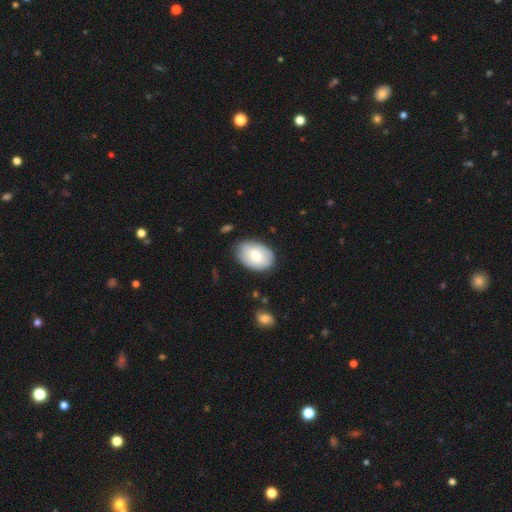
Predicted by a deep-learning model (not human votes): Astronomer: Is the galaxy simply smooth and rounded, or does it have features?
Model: smooth — 62%.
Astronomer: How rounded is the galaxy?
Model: in between — 85%.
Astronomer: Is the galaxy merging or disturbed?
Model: none — 78%.